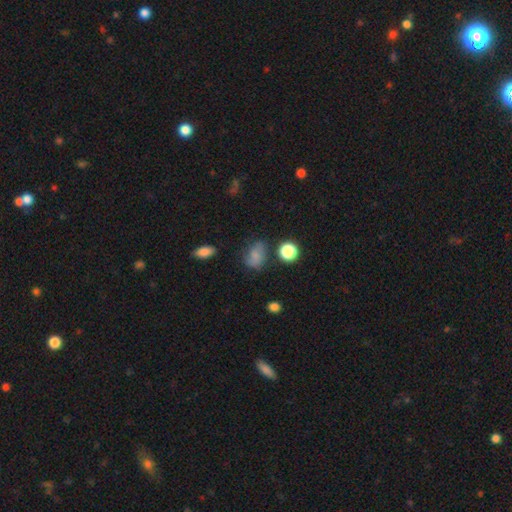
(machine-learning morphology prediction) This is likely a smooth galaxy (70%). How rounded: likely in between (68%). Merging: possibly none (56%).